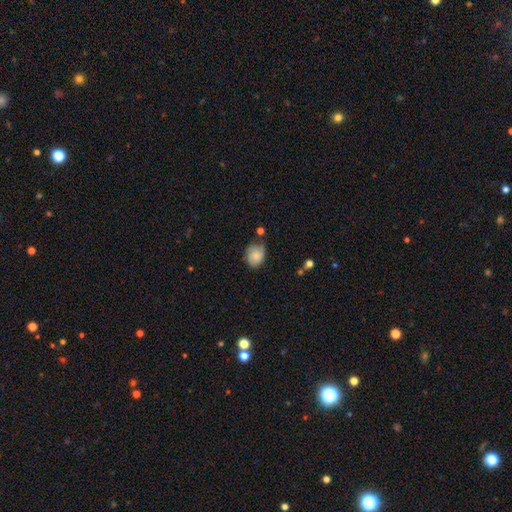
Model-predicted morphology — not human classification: This appears to be a smooth galaxy with no disk features (60%) that is round (53%). Merging: none (59%).